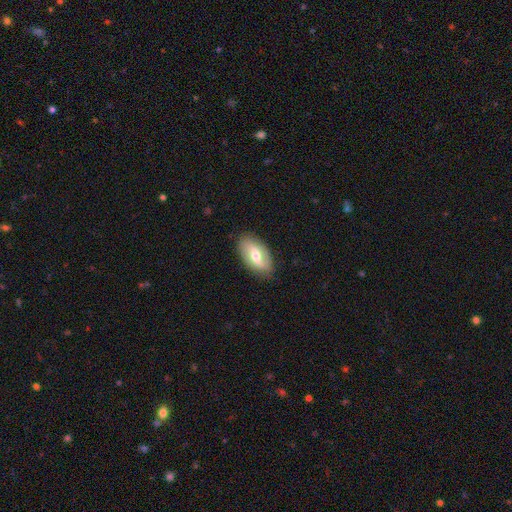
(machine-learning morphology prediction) A featured or disk galaxy (56%) with a weak bar (43%), spiral arms (68%) and a moderate central bulge (70%).

Vote fractions:
- Smooth or featured? featured or disk: 56% / smooth: 38% / star or artifact: 6%
- Edge-on disk? no: 89% / yes: 11%
- Bar? weak: 43% / strong: 30% / no: 27%
- Spiral arms? yes: 68% / no: 32%
- Bulge size? moderate: 70% / small: 22% / large: 7% / none: 1% / dominant: 1%
- Merging? none: 85% / minor disturbance: 11% / major disturbance: 3% / merger: 1%